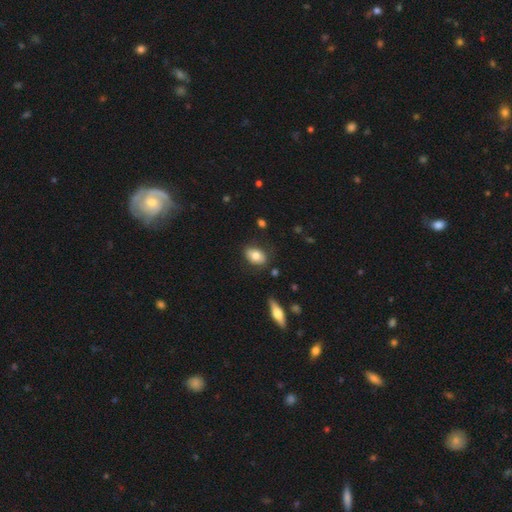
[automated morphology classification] type=smooth (77%); roundness=in between (84%); merging=none (80%).